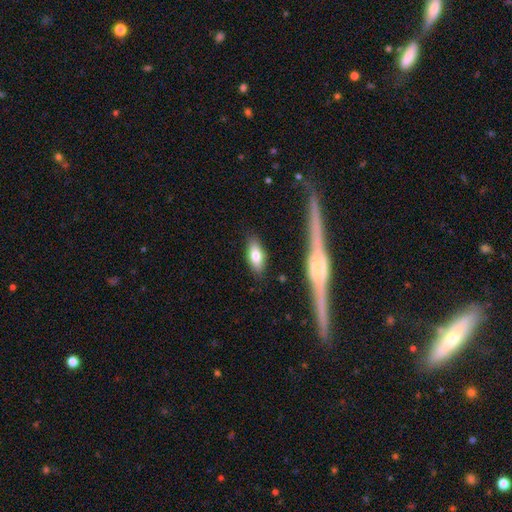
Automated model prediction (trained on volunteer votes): This appears to be a smooth galaxy with no disk features (76%) that is in between round and cigar-shaped (85%). Merging: none (83%).